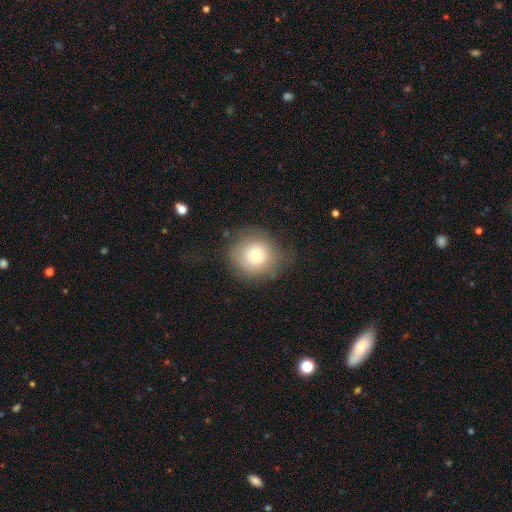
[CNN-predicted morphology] This is likely a smooth galaxy (72%). How rounded: clearly round (89%). Merging: likely none (75%).